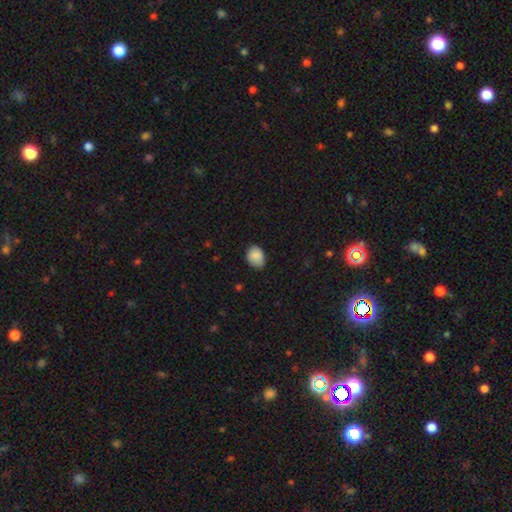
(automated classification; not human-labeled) smooth-or-featured: smooth: 87% | star or artifact: 8% | featured or disk: 5%
  how-rounded: in between: 64% | round: 35% | cigar-shaped: 1%
  merging: none: 69% | minor disturbance: 26% | major disturbance: 4% | merger: 1%